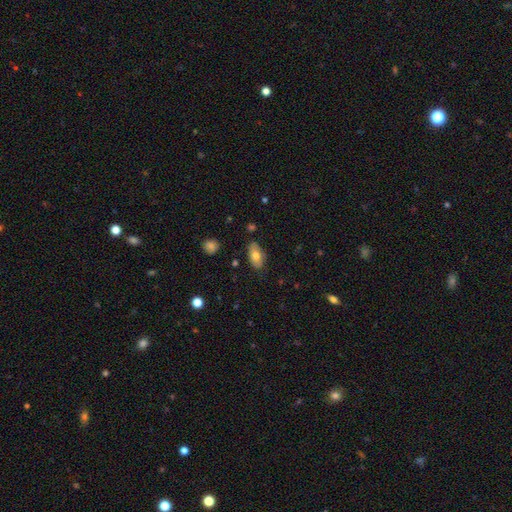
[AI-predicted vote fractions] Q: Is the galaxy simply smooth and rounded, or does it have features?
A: smooth — 72%.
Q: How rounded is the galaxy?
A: in between — 93%.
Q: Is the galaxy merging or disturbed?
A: none — 79%.